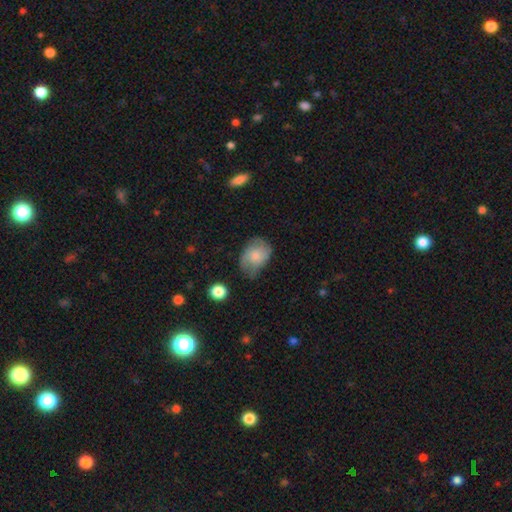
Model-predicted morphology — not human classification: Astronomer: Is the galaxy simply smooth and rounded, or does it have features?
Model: smooth — 64%.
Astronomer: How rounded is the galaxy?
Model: in between — 69%.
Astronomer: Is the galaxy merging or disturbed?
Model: none — 49% (runner-up: minor disturbance, 35%).